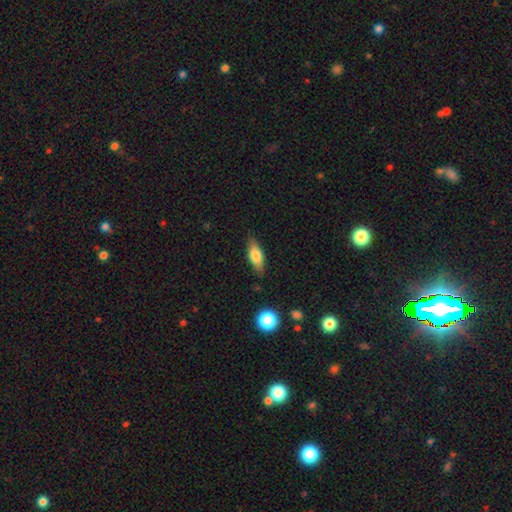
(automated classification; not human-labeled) smooth 70%, featured or disk 23%, star or artifact 7%. Down the decision tree: how rounded — in between (67%); merging — none (83%).